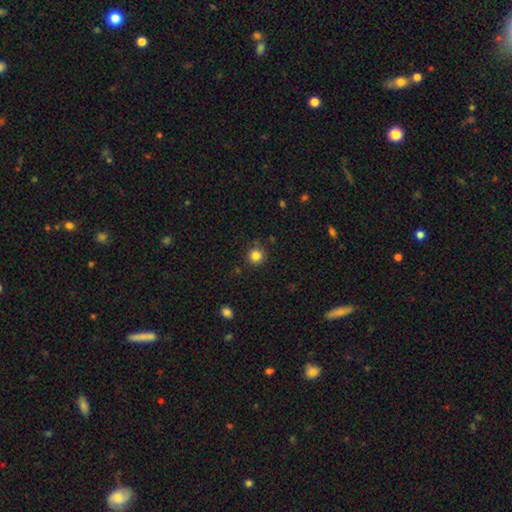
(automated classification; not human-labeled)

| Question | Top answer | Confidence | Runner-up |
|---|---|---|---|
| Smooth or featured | smooth | 83% | star or artifact (12%) |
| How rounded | round | 93% | in between (6%) |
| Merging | none | 86% | minor disturbance (8%) |